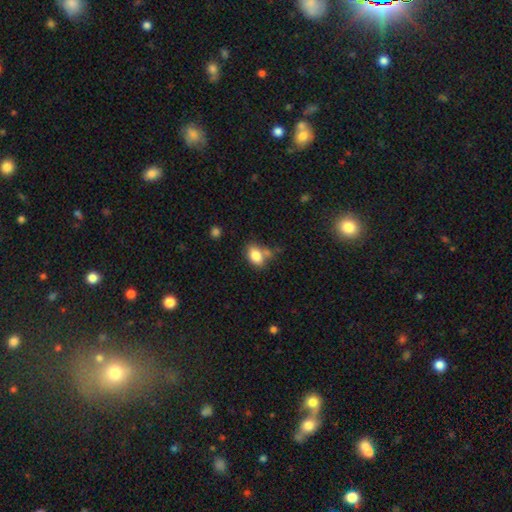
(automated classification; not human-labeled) Smooth or featured?
  - smooth: 82% *
  - star or artifact: 9%
  - featured or disk: 9%
How rounded?
  - in between: 83% *
  - round: 15%
  - cigar-shaped: 2%
Merging?
  - none: 55% *
  - minor disturbance: 20%
  - merger: 18%
  - major disturbance: 7%